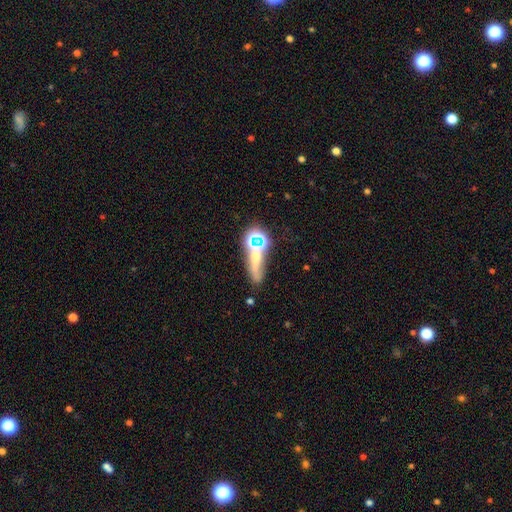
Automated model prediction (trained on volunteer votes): smooth_or_featured: smooth (p=0.41) [alt: star or artifact p=0.33]
merging: none (p=0.47) [alt: merger p=0.22]